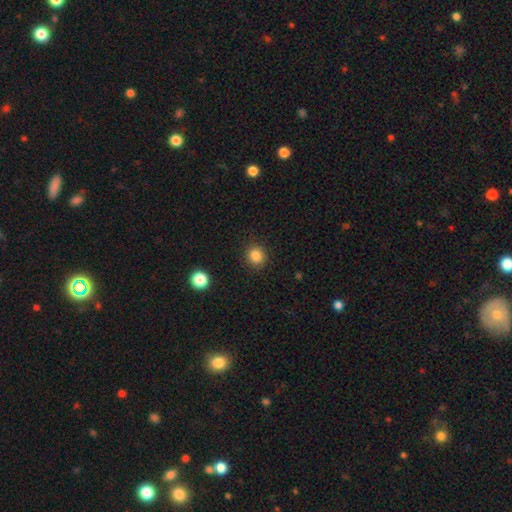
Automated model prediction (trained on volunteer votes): A smooth galaxy with no disk features (85%) that is round (89%).

Vote fractions:
- Smooth or featured? smooth: 85% / star or artifact: 11% / featured or disk: 4%
- How rounded? round: 89% / in between: 10% / cigar-shaped: 1%
- Merging? none: 90% / minor disturbance: 6% / major disturbance: 2% / merger: 1%